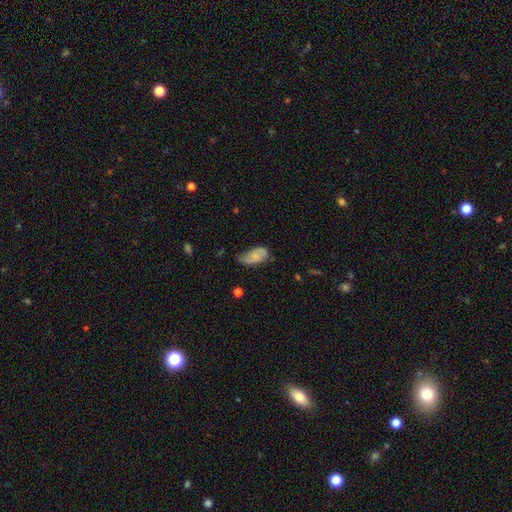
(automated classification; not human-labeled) This appears to be a smooth galaxy with no disk features (72%) that is in between round and cigar-shaped (93%). Merging: minor disturbance (45%).